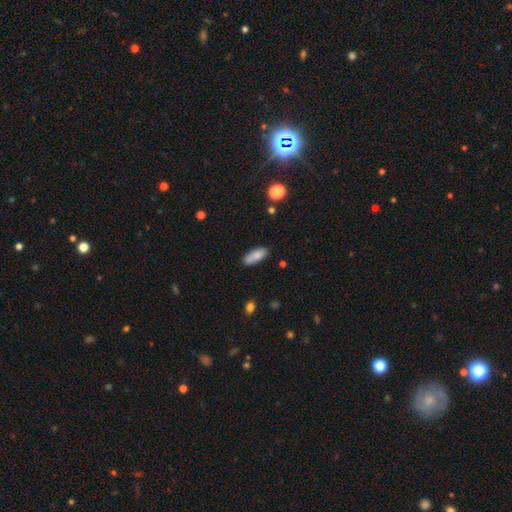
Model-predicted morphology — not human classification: This is clearly a smooth galaxy (83%). How rounded: likely in between (73%). Merging: clearly none (83%).